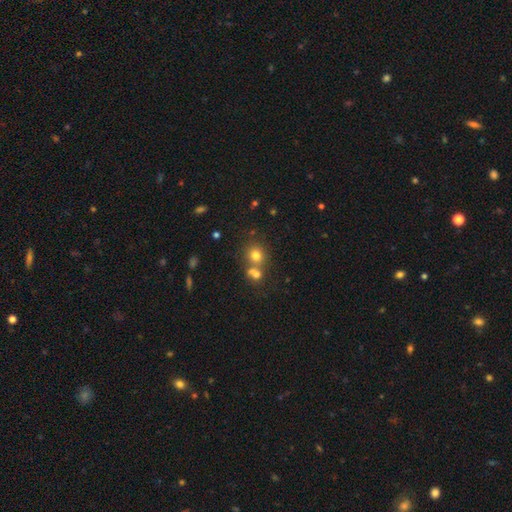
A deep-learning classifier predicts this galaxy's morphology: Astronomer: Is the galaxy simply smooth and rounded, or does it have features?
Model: smooth — 74%.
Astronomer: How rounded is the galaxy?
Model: round — 82%.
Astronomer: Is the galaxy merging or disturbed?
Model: none — 51% (runner-up: merger, 38%).